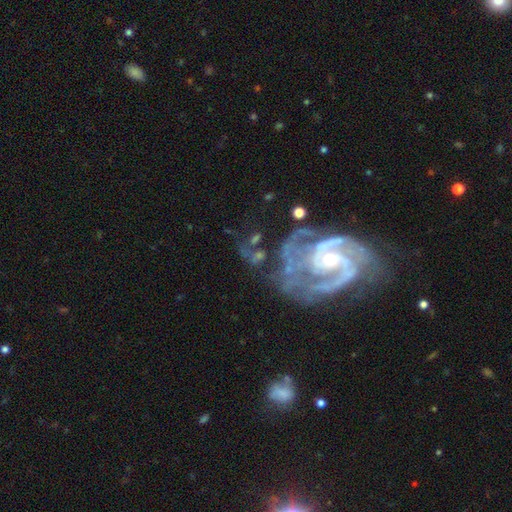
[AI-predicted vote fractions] Smooth or featured?
  - featured or disk: 88% *
  - star or artifact: 7%
  - smooth: 5%
Edge-on disk?
  - no: 97% *
  - yes: 3%
Bar?
  - no: 42% *
  - weak: 41%
  - strong: 17%
Spiral arms?
  - yes: 96% *
  - no: 4%
Spiral winding?
  - medium: 47% *
  - tight: 40%
  - loose: 13%
Spiral arm count?
  - 2: 55% *
  - 3: 16%
  - can't tell: 13%
  - 1: 5%
  - 4: 5%
  - more than 4: 5%
Bulge size?
  - small: 55% *
  - moderate: 38%
  - none: 3%
  - large: 2%
  - dominant: 1%
Merging?
  - none: 42% *
  - major disturbance: 25%
  - minor disturbance: 21%
  - merger: 12%